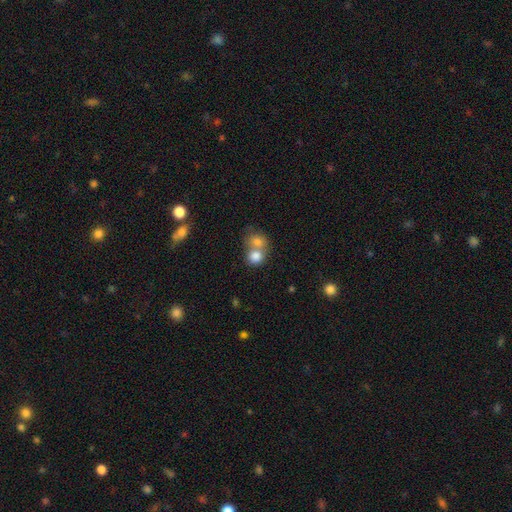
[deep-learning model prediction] This appears to be a smooth galaxy with no disk features (79%) that is round (74%). Merging: merger (60%).